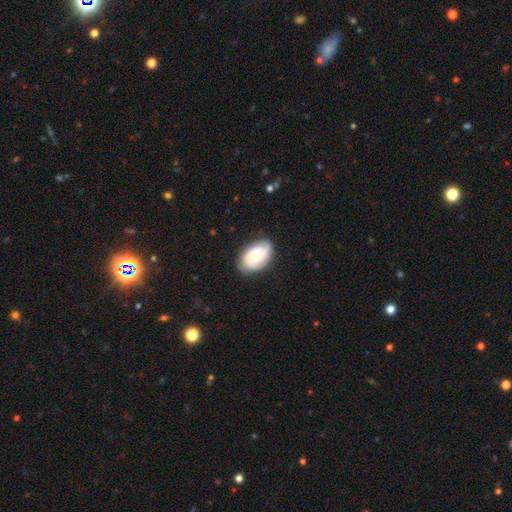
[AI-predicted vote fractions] Q: Smooth or featured?
A: featured or disk (57%); runner-up: smooth (36%)
Q: Edge-on disk?
A: no (97%); runner-up: yes (3%)
Q: Bar?
A: no (72%); runner-up: weak (24%)
Q: Spiral arms?
A: yes (93%); runner-up: no (7%)
Q: Spiral winding?
A: tight (52%); runner-up: medium (36%)
Q: Spiral arm count?
A: 2 (42%); runner-up: 3 (23%)
Q: Bulge size?
A: small (37%); runner-up: moderate (30%)
Q: Merging?
A: none (77%); runner-up: minor disturbance (17%)